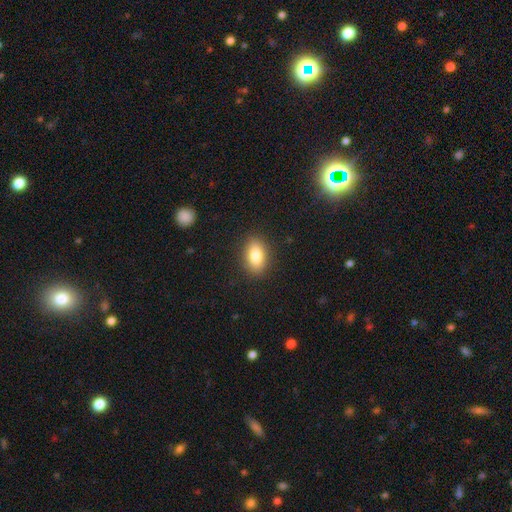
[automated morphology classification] This is clearly a smooth galaxy (81%). How rounded: clearly in between (86%). Merging: clearly none (88%).